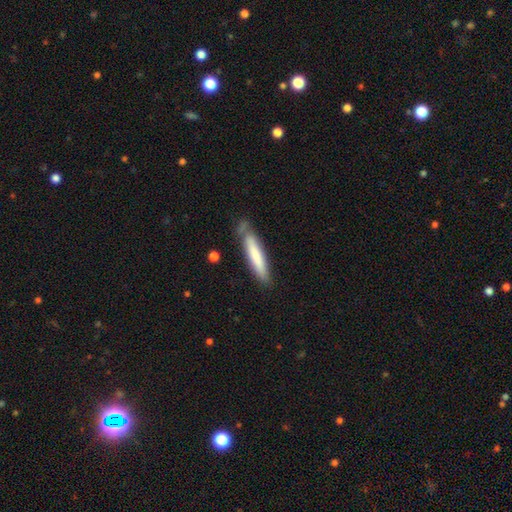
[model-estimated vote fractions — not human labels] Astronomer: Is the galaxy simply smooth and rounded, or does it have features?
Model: smooth — 71%.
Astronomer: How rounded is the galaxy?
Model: cigar-shaped — 88%.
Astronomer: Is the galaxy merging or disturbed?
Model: none — 70%.